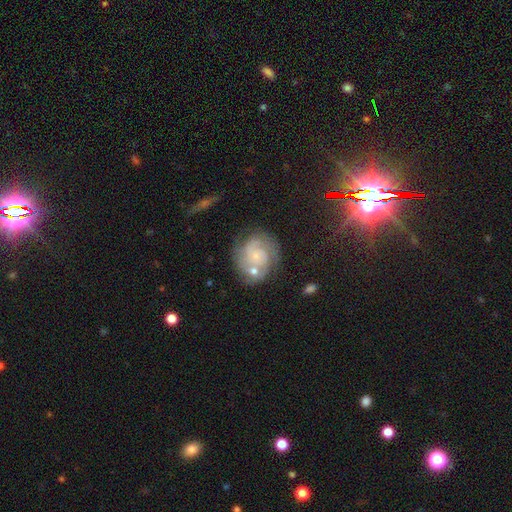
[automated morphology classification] A featured or disk galaxy (76%) with no bar (70%), 2 (46%) tight (58%) spiral arms (94%) and a small central bulge (68%).

Vote fractions:
- Smooth or featured? featured or disk: 76% / smooth: 17% / star or artifact: 7%
- Edge-on disk? no: 98% / yes: 2%
- Bar? no: 70% / weak: 26% / strong: 4%
- Spiral arms? yes: 94% / no: 6%
- Spiral winding? tight: 58% / medium: 33% / loose: 9%
- Spiral arm count? 2: 46% / 3: 21% / can't tell: 20% / 1: 5% / 4: 4% / more than 4: 4%
- Bulge size? small: 68% / moderate: 17% / none: 11% / large: 2% / dominant: 1%
- Merging? none: 55% / merger: 19% / minor disturbance: 17% / major disturbance: 10%